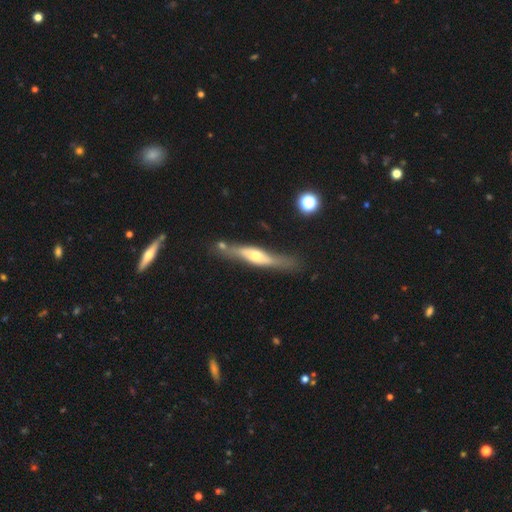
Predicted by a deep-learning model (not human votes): The model was most divided on "smooth or featured": featured or disk: 61%, smooth: 33%, star or artifact: 6%. More confident: edge-on bulge — rounded (85%); edge-on disk — yes (82%); merging — none (65%).